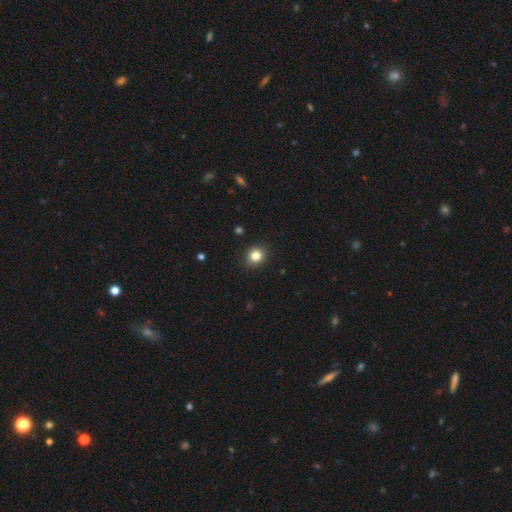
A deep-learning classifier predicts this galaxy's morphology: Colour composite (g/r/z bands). It shows a smooth galaxy with no disk features (82%) that is round (80%). Merging: none (91%).